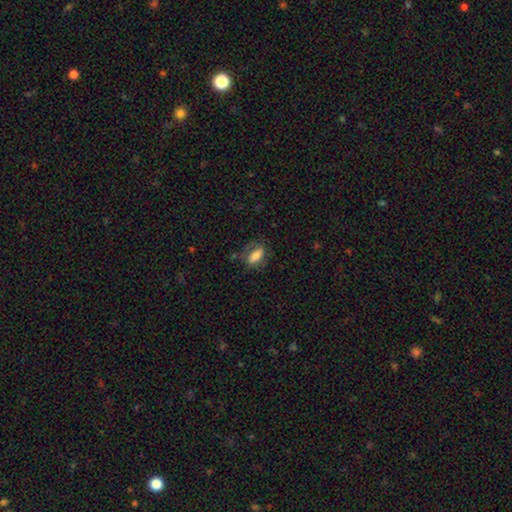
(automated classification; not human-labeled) smooth-or-featured: smooth: 66% | featured or disk: 26% | star or artifact: 8%
  how-rounded: in between: 81% | cigar-shaped: 13% | round: 6%
  merging: none: 57% | minor disturbance: 24% | major disturbance: 16% | merger: 3%